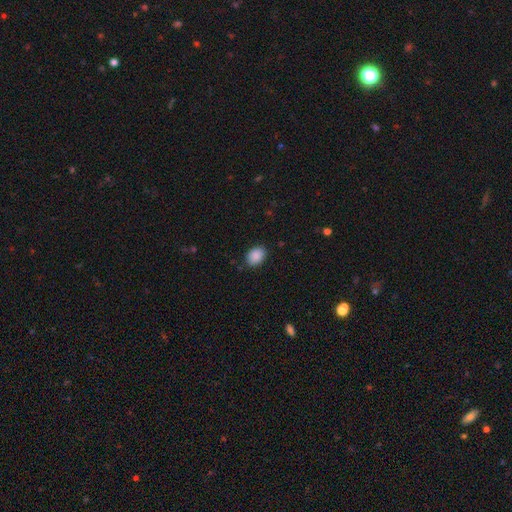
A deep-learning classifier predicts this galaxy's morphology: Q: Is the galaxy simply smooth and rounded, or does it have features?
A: smooth — 89%.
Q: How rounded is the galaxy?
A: in between — 73%.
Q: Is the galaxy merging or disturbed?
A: none — 86%.